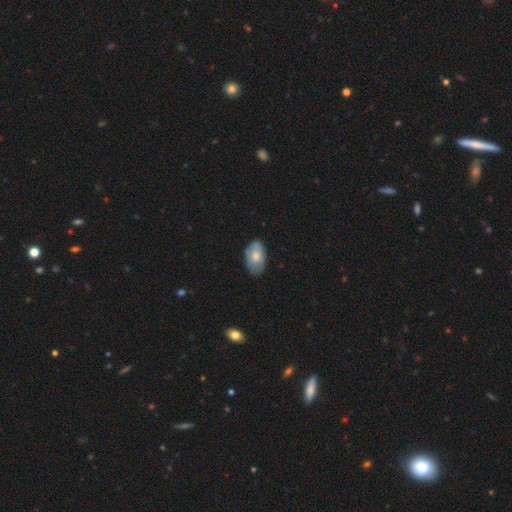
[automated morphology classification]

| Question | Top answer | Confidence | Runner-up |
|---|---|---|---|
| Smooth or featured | smooth | 69% | featured or disk (25%) |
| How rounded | in between | 93% | round (6%) |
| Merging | none | 74% | minor disturbance (21%) |